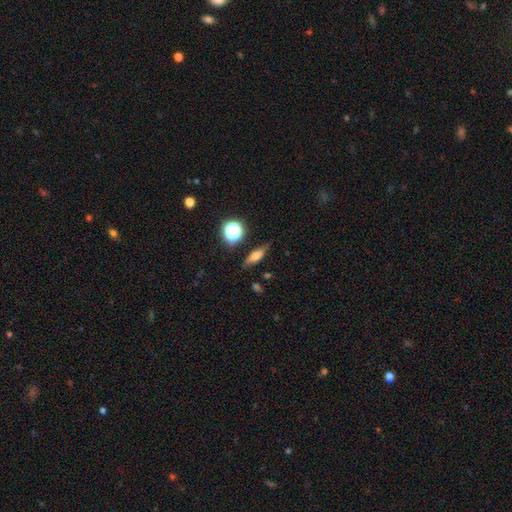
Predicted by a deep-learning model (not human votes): Q: Smooth or featured?
A: smooth (51%); runner-up: featured or disk (37%)
Q: How rounded?
A: cigar-shaped (47%); runner-up: in between (41%)
Q: Merging?
A: none (81%); runner-up: minor disturbance (14%)